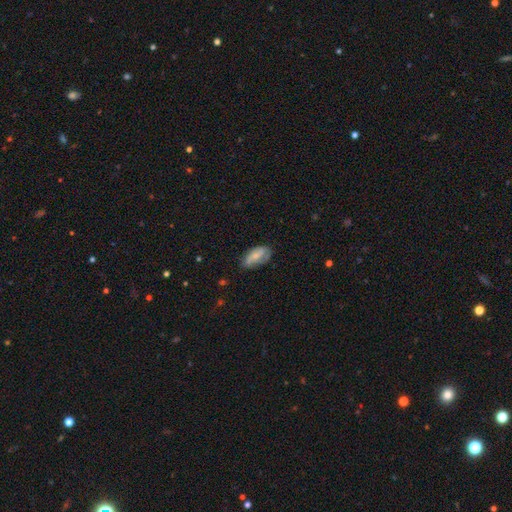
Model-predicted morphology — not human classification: A smooth galaxy with no disk features (51%) that is in between round and cigar-shaped (90%).

Vote fractions:
- Smooth or featured? smooth: 51% / featured or disk: 41% / star or artifact: 7%
- How rounded? in between: 90% / cigar-shaped: 7% / round: 4%
- Merging? none: 60% / minor disturbance: 29% / major disturbance: 9% / merger: 2%